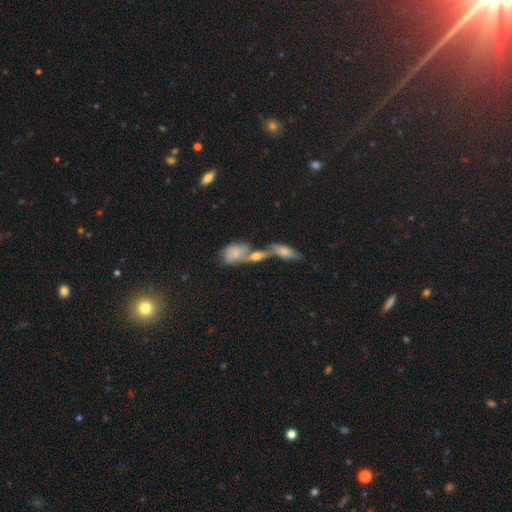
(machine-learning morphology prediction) This appears to be a smooth galaxy with no disk features (43%). Merging: merger (56%).